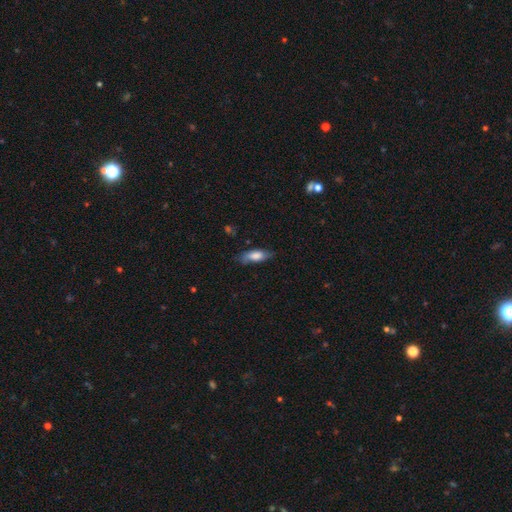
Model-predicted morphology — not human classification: smooth-or-featured: smooth: 71% | featured or disk: 22% | star or artifact: 7%
  how-rounded: in between: 68% | cigar-shaped: 29% | round: 3%
  merging: none: 69% | minor disturbance: 24% | major disturbance: 6% | merger: 2%